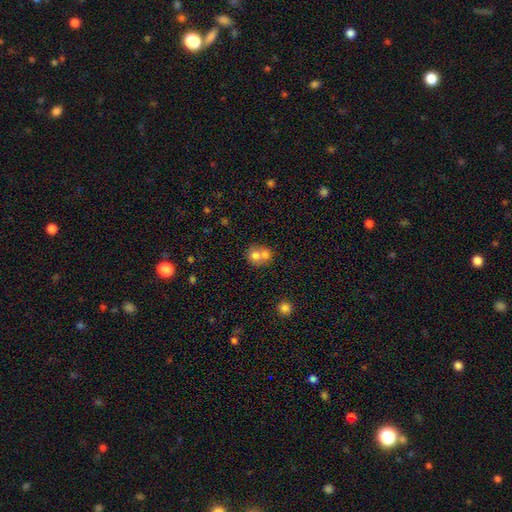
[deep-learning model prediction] Smooth or featured?
  - smooth: 72% *
  - featured or disk: 18%
  - star or artifact: 10%
How rounded?
  - round: 75% *
  - in between: 24%
  - cigar-shaped: 1%
Merging?
  - merger: 64% *
  - none: 28%
  - minor disturbance: 6%
  - major disturbance: 2%